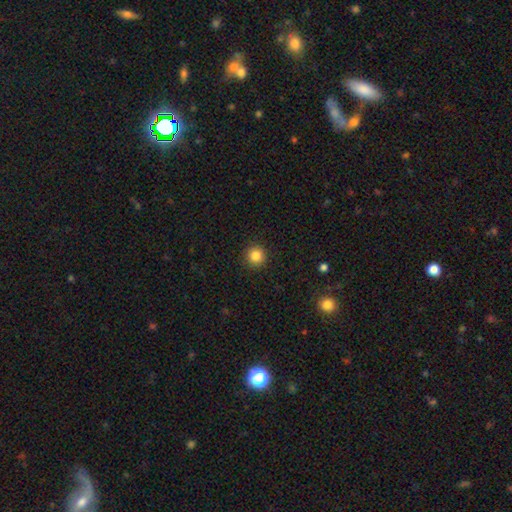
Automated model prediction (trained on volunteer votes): Smooth or featured?
  - smooth: 84% *
  - star or artifact: 11%
  - featured or disk: 5%
How rounded?
  - round: 95% *
  - in between: 4%
  - cigar-shaped: 1%
Merging?
  - none: 92% *
  - minor disturbance: 5%
  - major disturbance: 2%
  - merger: 1%